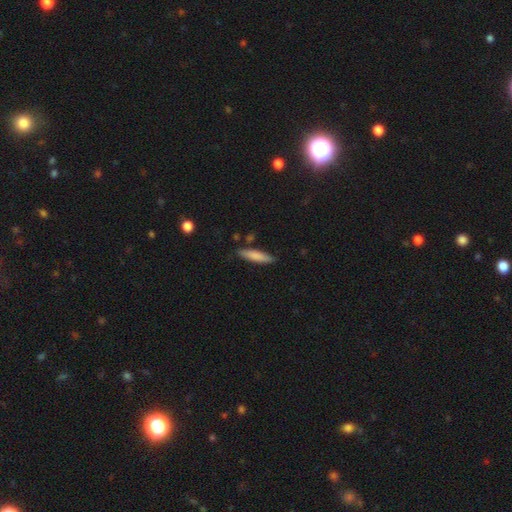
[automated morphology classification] This appears to be a smooth galaxy with no disk features (81%) that is cigar-shaped (80%). Merging: none (84%).